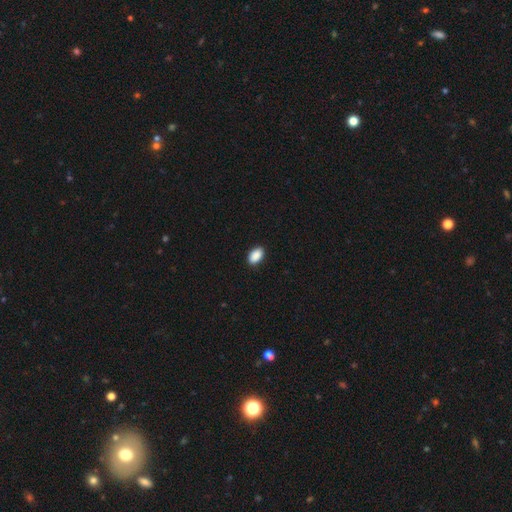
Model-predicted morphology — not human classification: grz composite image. It shows a smooth galaxy with no disk features (90%) that is in between round and cigar-shaped (92%). Merging: none (90%).